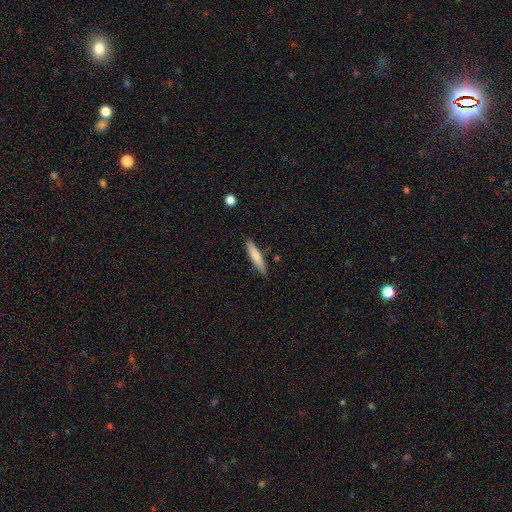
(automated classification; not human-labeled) A smooth galaxy with no disk features (71%) that is cigar-shaped (87%).

Vote fractions:
- Smooth or featured? smooth: 71% / featured or disk: 23% / star or artifact: 6%
- How rounded? cigar-shaped: 87% / in between: 11% / round: 1%
- Merging? none: 86% / minor disturbance: 10% / merger: 3% / major disturbance: 2%